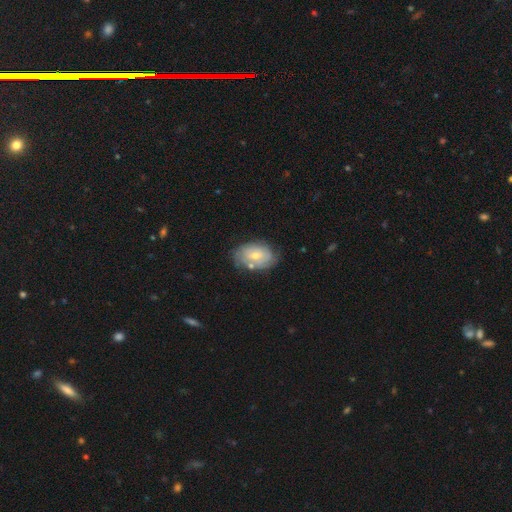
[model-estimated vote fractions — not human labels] This appears to be a featured or disk galaxy (51%). Merging: none (66%).